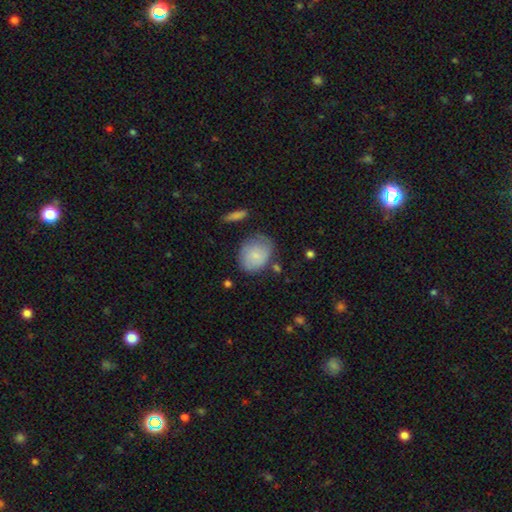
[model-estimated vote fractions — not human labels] Smooth or featured: smooth — 77% (featured or disk — 16%)
How rounded: round — 50% (in between — 49%)
Merging: none — 59% (minor disturbance — 27%)